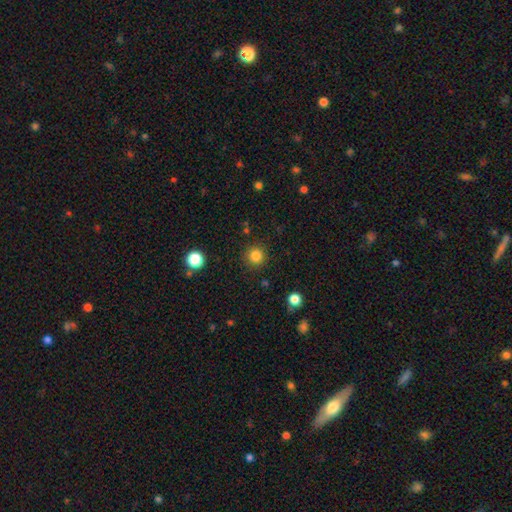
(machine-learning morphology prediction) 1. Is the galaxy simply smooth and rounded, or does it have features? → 83% smooth, 12% star or artifact, 4% featured or disk.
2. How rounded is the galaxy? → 94% round, 5% in between, 1% cigar-shaped.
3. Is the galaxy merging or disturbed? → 90% none, 6% minor disturbance, 3% major disturbance, 1% merger.